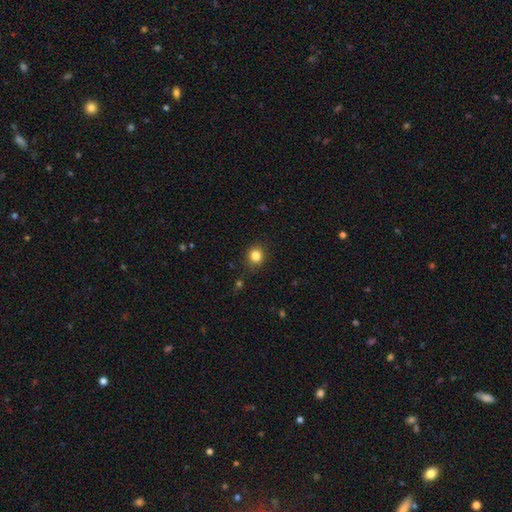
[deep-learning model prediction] This is clearly a smooth galaxy (84%). How rounded: clearly round (86%). Merging: clearly none (89%).